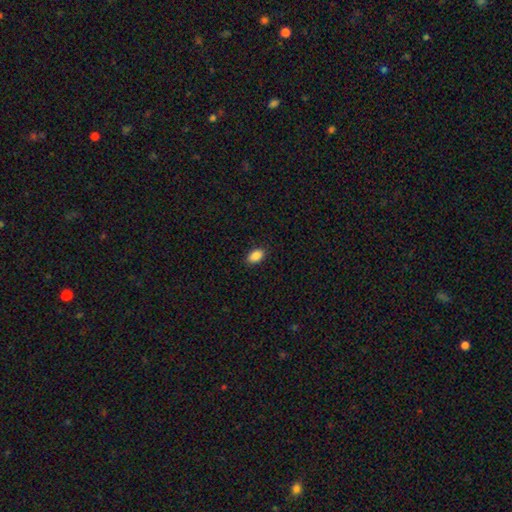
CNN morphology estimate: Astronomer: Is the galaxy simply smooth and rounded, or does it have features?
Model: smooth — 89%.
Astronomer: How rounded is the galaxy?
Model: in between — 90%.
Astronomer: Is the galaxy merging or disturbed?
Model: none — 89%.